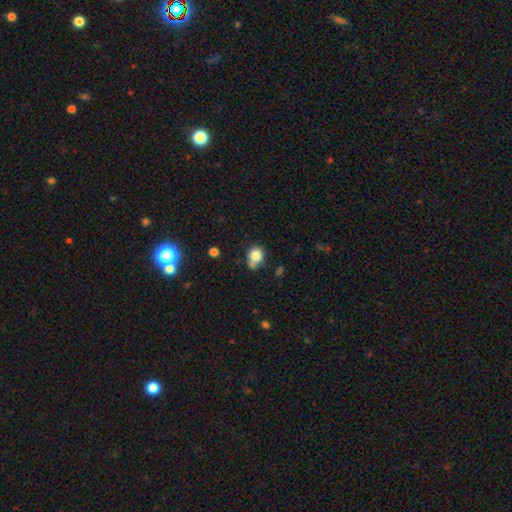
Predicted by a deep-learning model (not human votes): This is clearly a smooth galaxy (80%). How rounded: likely round (62%). Merging: possibly none (51%).